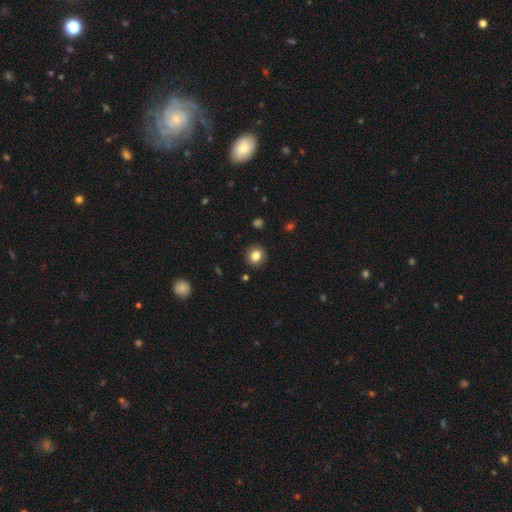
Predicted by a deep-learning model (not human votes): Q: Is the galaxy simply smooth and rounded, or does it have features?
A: smooth — 83%.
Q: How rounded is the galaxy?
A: round — 83%.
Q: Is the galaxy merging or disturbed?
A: none — 90%.